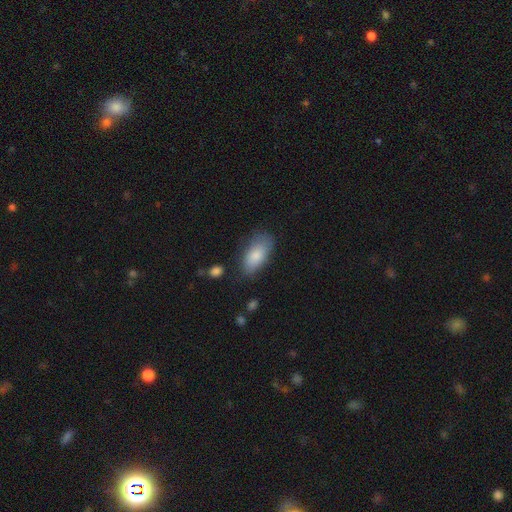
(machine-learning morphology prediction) smooth 83%, featured or disk 11%, star or artifact 6%. Down the decision tree: how rounded — in between (92%); merging — none (69%).